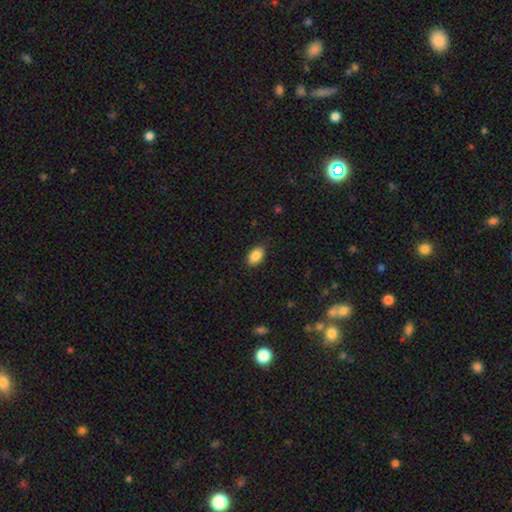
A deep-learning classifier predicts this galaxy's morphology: The model was most divided on "merging": none: 85%, minor disturbance: 12%, major disturbance: 2%, merger: 1%. More confident: how rounded — in between (89%); smooth or featured — smooth (88%).